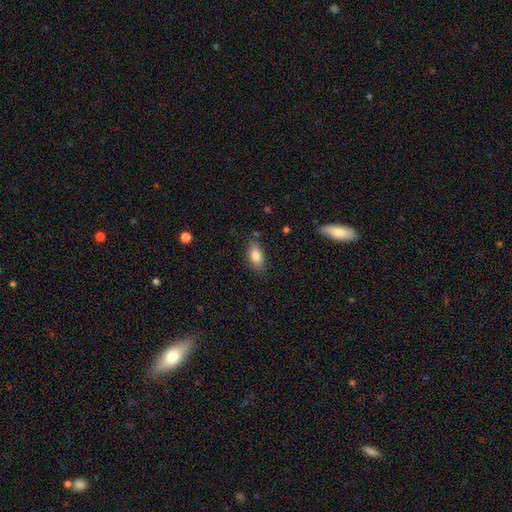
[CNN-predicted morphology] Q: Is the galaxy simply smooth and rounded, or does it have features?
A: smooth — 81%.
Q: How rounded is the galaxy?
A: in between — 85%.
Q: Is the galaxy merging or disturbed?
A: none — 79%.